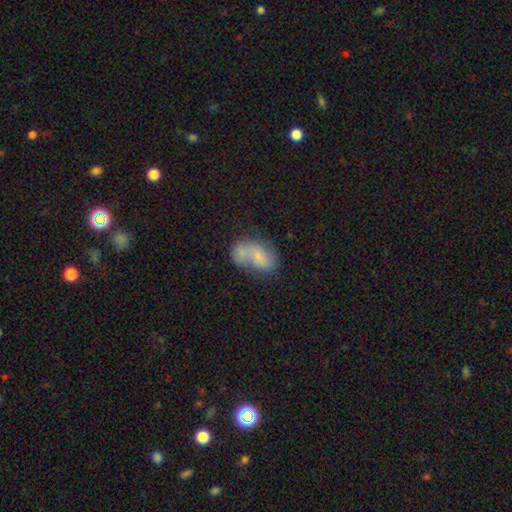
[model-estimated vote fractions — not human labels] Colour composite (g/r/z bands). It shows a smooth galaxy with no disk features (55%) that is in between round and cigar-shaped (84%). Merging: merger (50%).